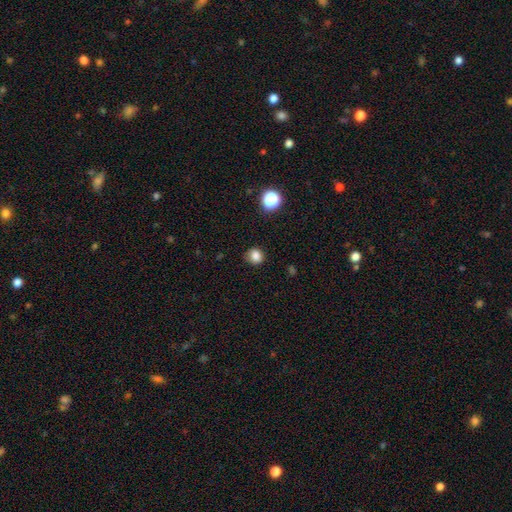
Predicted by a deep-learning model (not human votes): Overall: smooth (83%). How rounded: round (75%). Merging: none (79%).